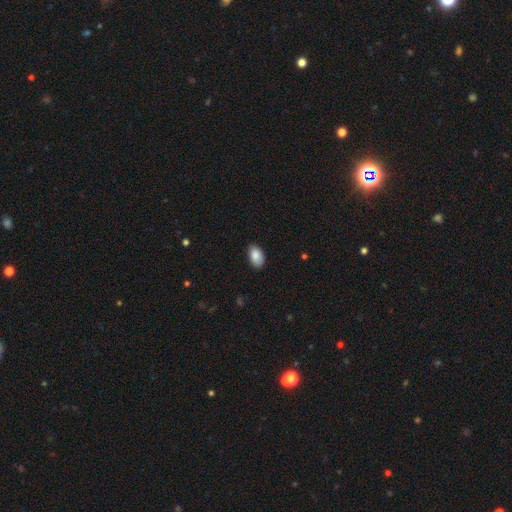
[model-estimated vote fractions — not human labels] A smooth galaxy with no disk features (88%) that is in between round and cigar-shaped (93%). Merging: none (84%).